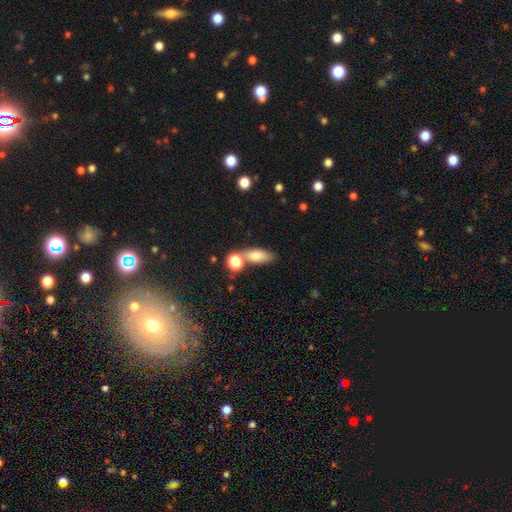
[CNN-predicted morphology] Smooth or featured? smooth (79%)
How rounded? in between (74%)
Merging? none (56%)